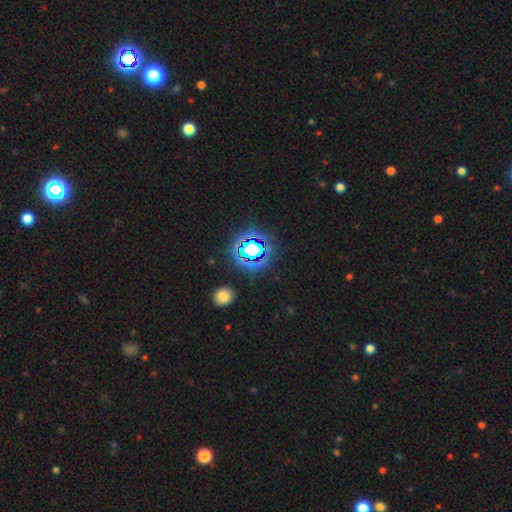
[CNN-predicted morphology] This appears to be a star or artifact, not a galaxy (72%).